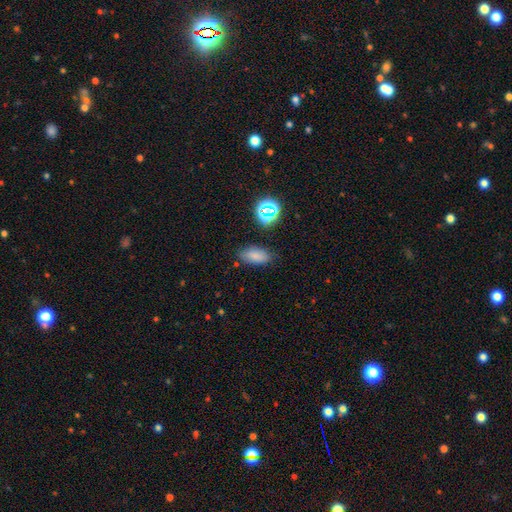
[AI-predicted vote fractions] This appears to be a smooth galaxy with no disk features (79%) that is in between round and cigar-shaped (89%). Merging: none (79%).